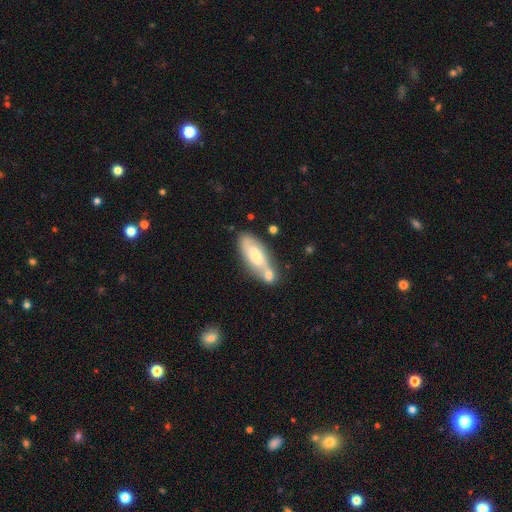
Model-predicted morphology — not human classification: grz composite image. It shows a smooth galaxy with no disk features (49%). Merging: merger (41%).